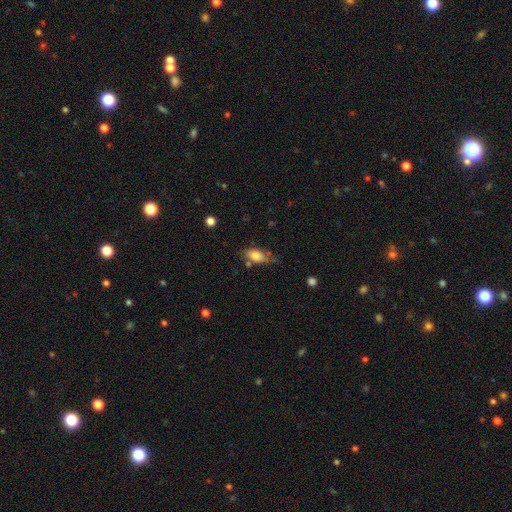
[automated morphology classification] A smooth galaxy with no disk features (76%) that is in between round and cigar-shaped (86%).

Vote fractions:
- Smooth or featured? smooth: 76% / featured or disk: 16% / star or artifact: 8%
- How rounded? in between: 86% / cigar-shaped: 10% / round: 4%
- Merging? none: 55% / minor disturbance: 27% / merger: 9% / major disturbance: 9%